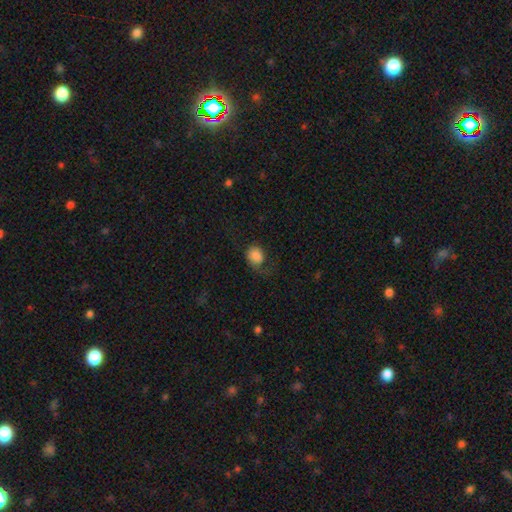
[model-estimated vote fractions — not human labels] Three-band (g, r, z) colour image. It shows a smooth galaxy with no disk features (82%) that is round (52%). Merging: none (41%).